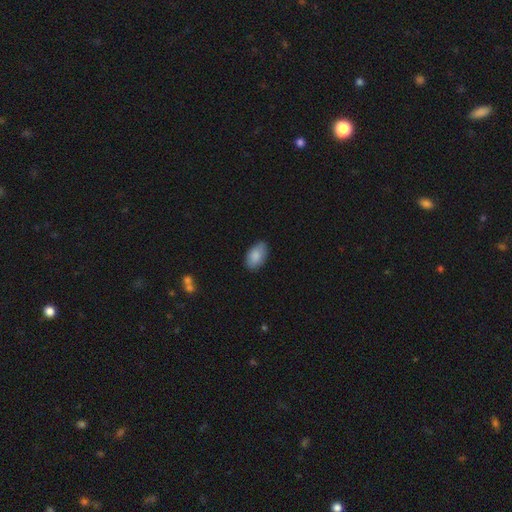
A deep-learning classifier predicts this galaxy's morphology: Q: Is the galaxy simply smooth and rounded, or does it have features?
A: smooth — 85%.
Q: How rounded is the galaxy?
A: in between — 93%.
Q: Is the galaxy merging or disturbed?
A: none — 78%.